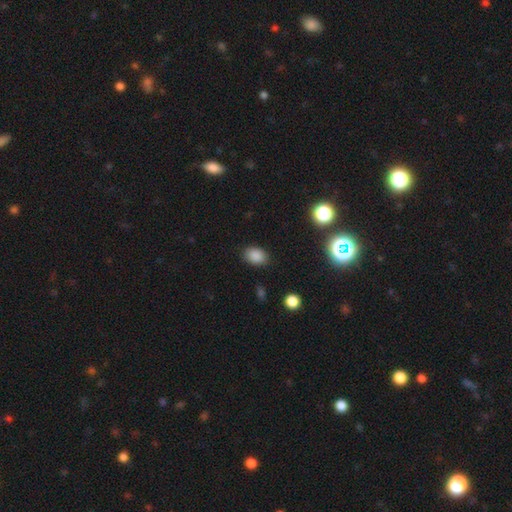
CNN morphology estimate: Overall: smooth (86%). How rounded: in between (74%). Merging: none (86%).